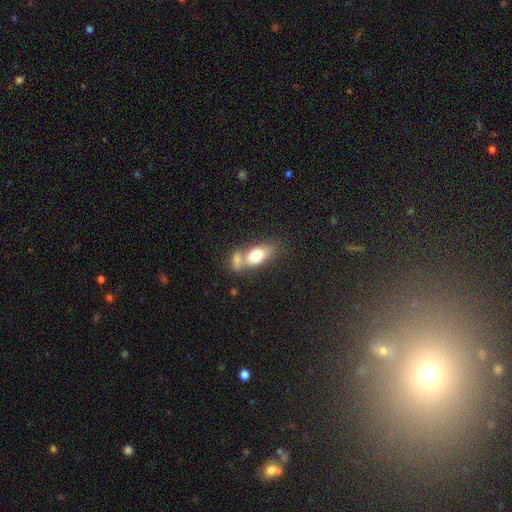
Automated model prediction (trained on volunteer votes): A smooth galaxy with no disk features (74%) that is in between round and cigar-shaped (82%).

Vote fractions:
- Smooth or featured? smooth: 74% / featured or disk: 19% / star or artifact: 7%
- How rounded? in between: 82% / cigar-shaped: 10% / round: 8%
- Merging? merger: 53% / none: 29% / minor disturbance: 11% / major disturbance: 7%